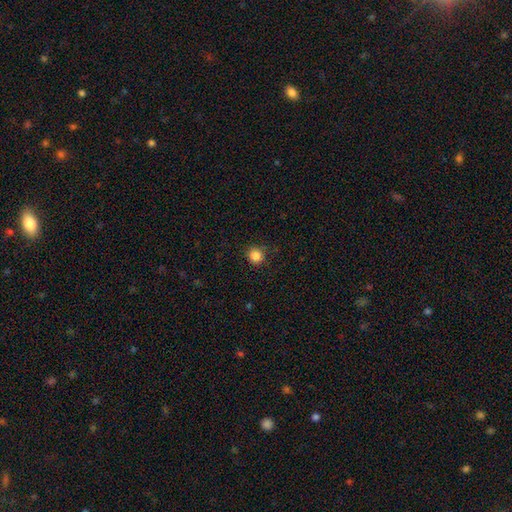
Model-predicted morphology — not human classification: smooth_or_featured: smooth (p=0.86) [alt: star or artifact p=0.11]
how_rounded: round (p=0.91) [alt: in between p=0.08]
merging: none (p=0.88) [alt: minor disturbance p=0.09]